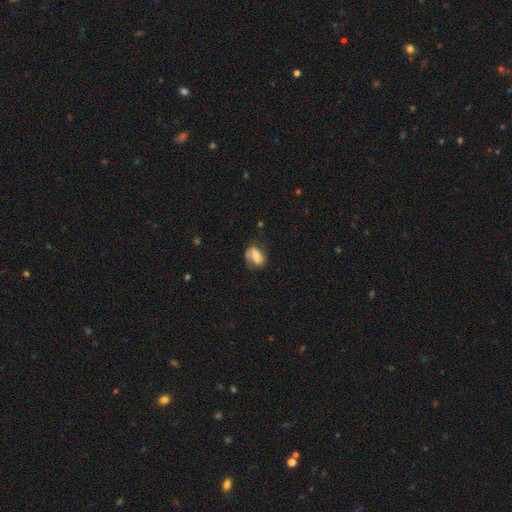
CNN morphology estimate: Smooth or featured?
  - featured or disk: 52% *
  - smooth: 40%
  - star or artifact: 8%
Edge-on disk?
  - no: 96% *
  - yes: 4%
Merging?
  - none: 52% *
  - minor disturbance: 26%
  - major disturbance: 18%
  - merger: 3%